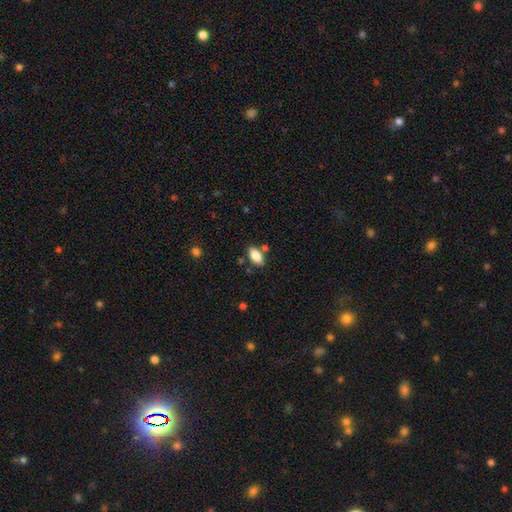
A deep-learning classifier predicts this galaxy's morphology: smooth-or-featured: smooth: 82% | featured or disk: 10% | star or artifact: 7%
  how-rounded: in between: 90% | cigar-shaped: 7% | round: 3%
  merging: none: 79% | minor disturbance: 12% | merger: 7% | major disturbance: 3%